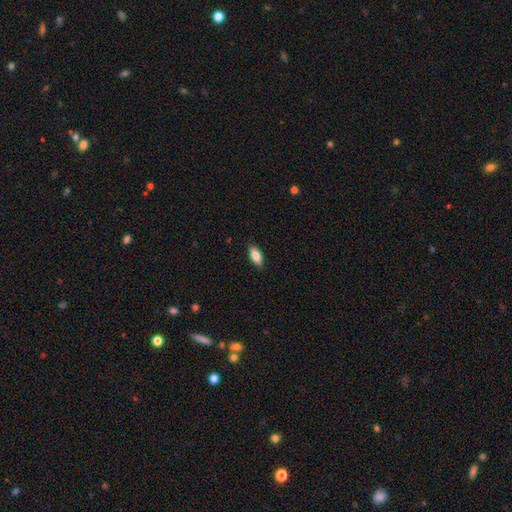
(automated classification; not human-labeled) This is clearly a smooth galaxy (87%). How rounded: clearly in between (88%). Merging: clearly none (87%).